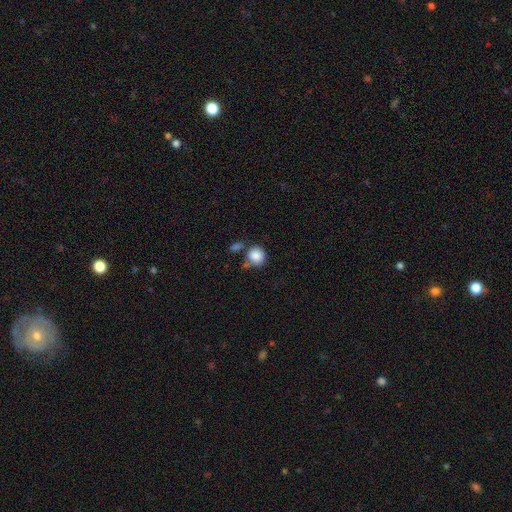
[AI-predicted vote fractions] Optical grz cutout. It shows a smooth galaxy with no disk features (87%) that is round (85%). Merging: none (61%).